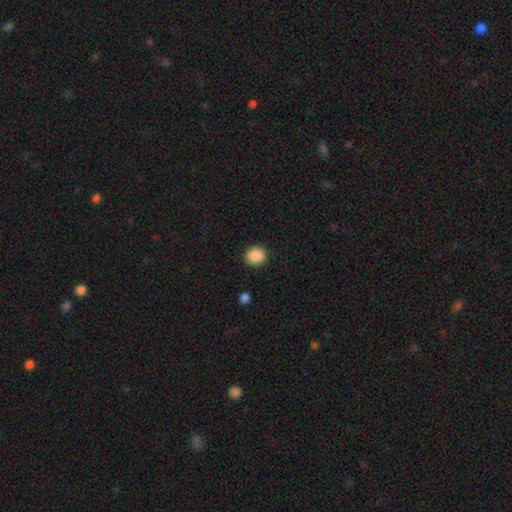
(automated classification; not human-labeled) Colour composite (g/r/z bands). It shows a smooth galaxy with no disk features (89%) that is round (84%). Merging: none (90%).